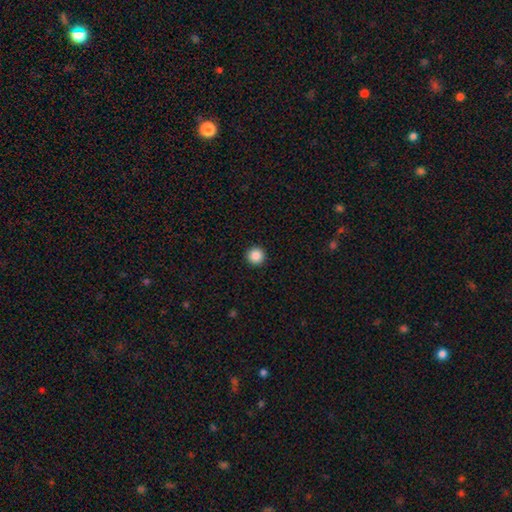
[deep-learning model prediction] A smooth galaxy with no disk features (88%) that is round (96%). Merging: none (94%).